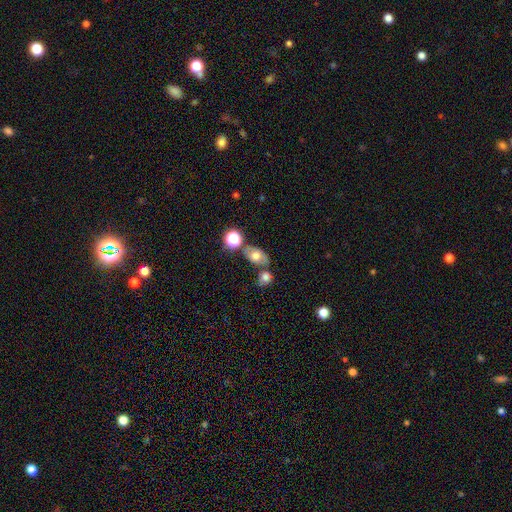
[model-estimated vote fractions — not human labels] The model was most divided on "smooth or featured": smooth: 59%, featured or disk: 29%, star or artifact: 13%. More confident: how rounded — in between (76%); merging — none (58%).